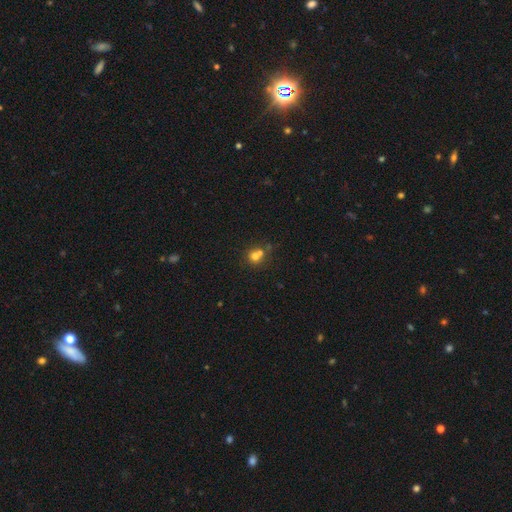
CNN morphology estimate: This appears to be a smooth galaxy with no disk features (70%) that is round (83%). Merging: merger (49%).